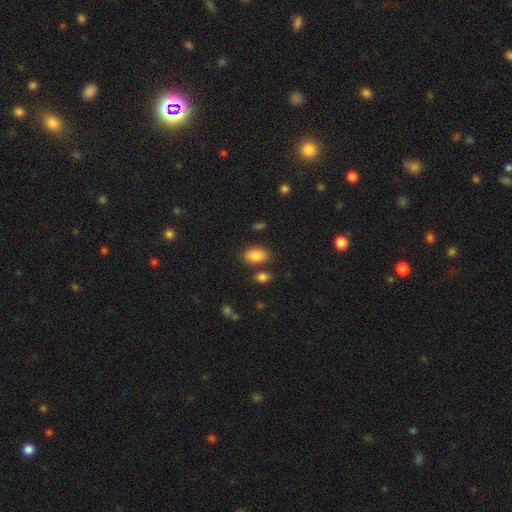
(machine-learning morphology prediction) Smooth or featured: smooth — 87% (star or artifact — 8%)
How rounded: in between — 91% (round — 8%)
Merging: none — 79% (minor disturbance — 11%)